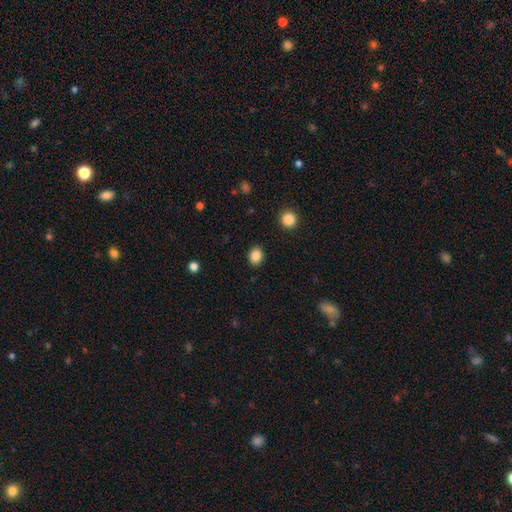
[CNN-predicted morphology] Smooth or featured: smooth — 86% (star or artifact — 10%)
How rounded: round — 54% (in between — 45%)
Merging: none — 89% (minor disturbance — 7%)